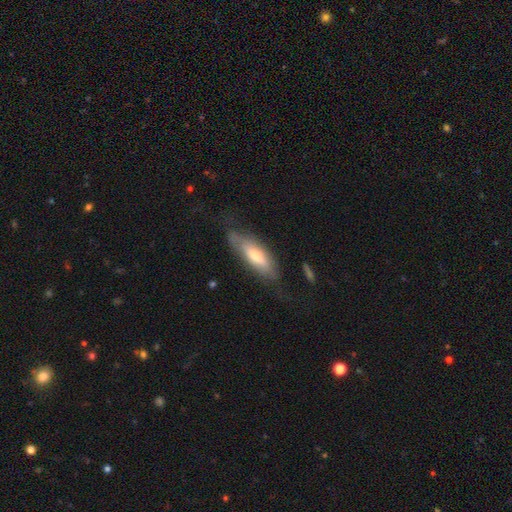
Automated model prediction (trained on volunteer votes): Smooth or featured? Predicted: smooth (p=0.57). How rounded? Predicted: in between (p=0.55). Merging? Predicted: none (p=0.63).